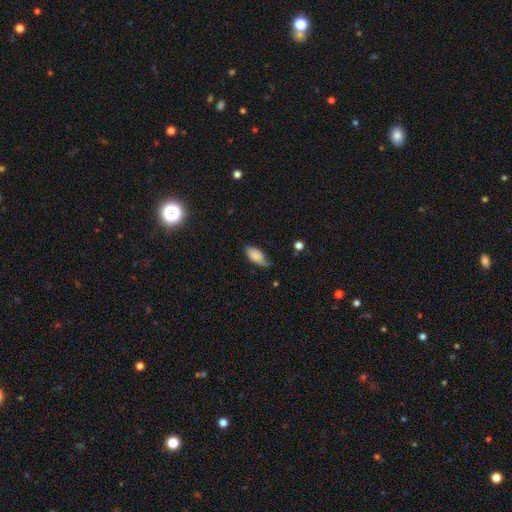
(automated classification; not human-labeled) Smooth or featured: smooth — 80% (featured or disk — 12%)
How rounded: in between — 90% (cigar-shaped — 7%)
Merging: none — 45% (minor disturbance — 41%)